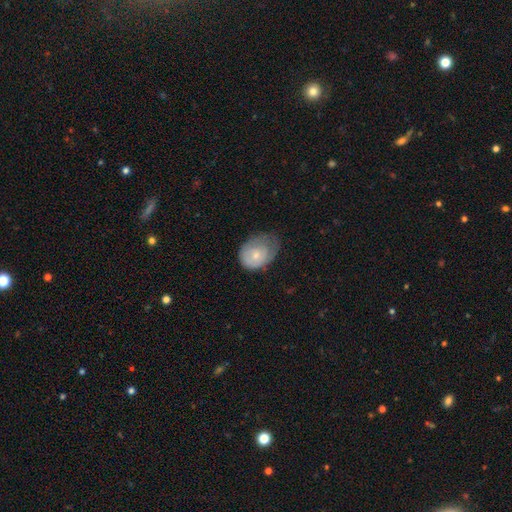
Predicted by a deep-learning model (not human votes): Morphology: type=smooth (63%); roundness=in between (60%); merging=minor disturbance (41%).